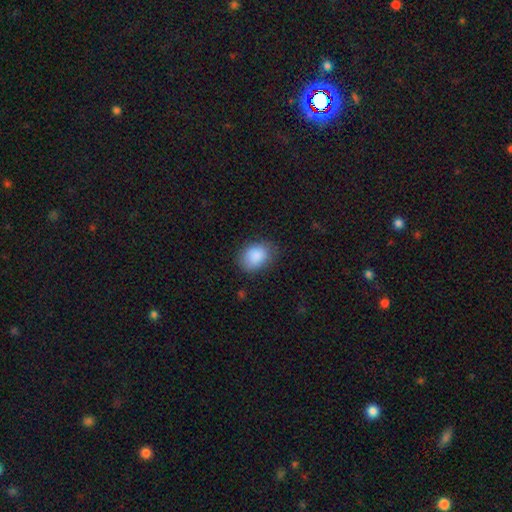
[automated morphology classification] Smooth or featured?
  - smooth: 88% *
  - star or artifact: 7%
  - featured or disk: 5%
How rounded?
  - in between: 67% *
  - round: 32%
  - cigar-shaped: 1%
Merging?
  - none: 75% *
  - minor disturbance: 19%
  - major disturbance: 5%
  - merger: 1%